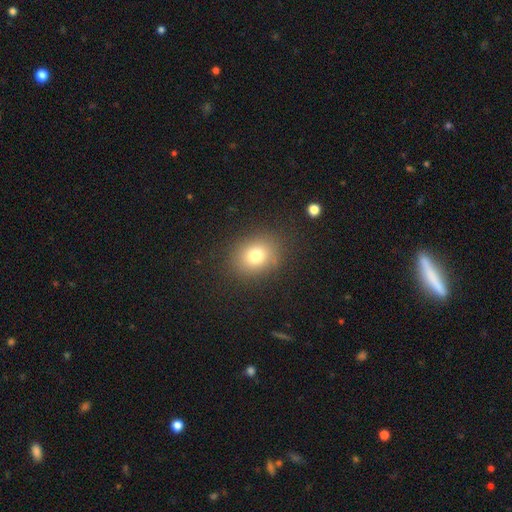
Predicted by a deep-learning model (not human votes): Smooth or featured?
  - smooth: 76% *
  - star or artifact: 14%
  - featured or disk: 10%
How rounded?
  - round: 61% *
  - in between: 38%
  - cigar-shaped: 1%
Merging?
  - none: 85% *
  - minor disturbance: 10%
  - major disturbance: 4%
  - merger: 1%